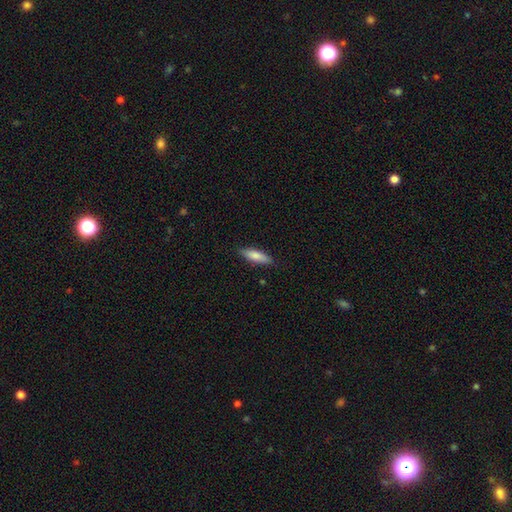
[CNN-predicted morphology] A smooth galaxy with no disk features (79%) that is cigar-shaped (59%). Merging: none (86%).